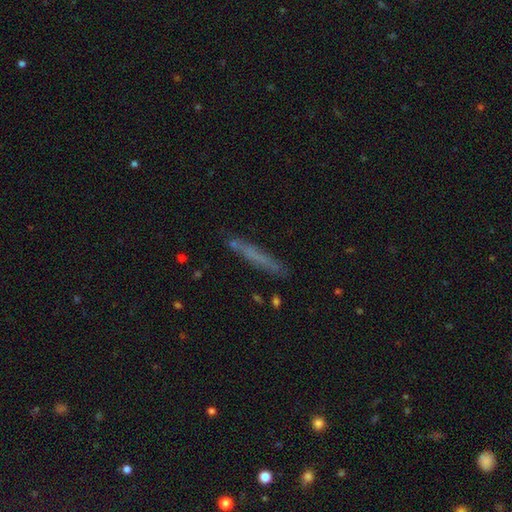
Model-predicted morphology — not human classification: smooth_or_featured: smooth (p=0.60) [alt: featured or disk p=0.31]
how_rounded: cigar-shaped (p=0.95) [alt: in between p=0.04]
merging: none (p=0.83) [alt: minor disturbance p=0.12]